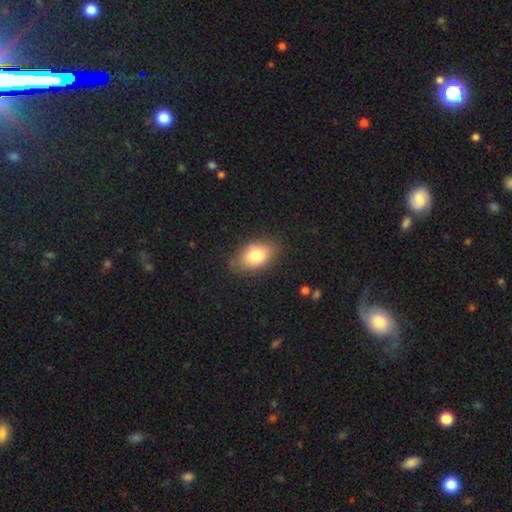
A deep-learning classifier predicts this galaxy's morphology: smooth_or_featured: smooth (p=0.79) [alt: featured or disk p=0.13]
how_rounded: in between (p=0.87) [alt: round p=0.12]
merging: none (p=0.82) [alt: minor disturbance p=0.14]